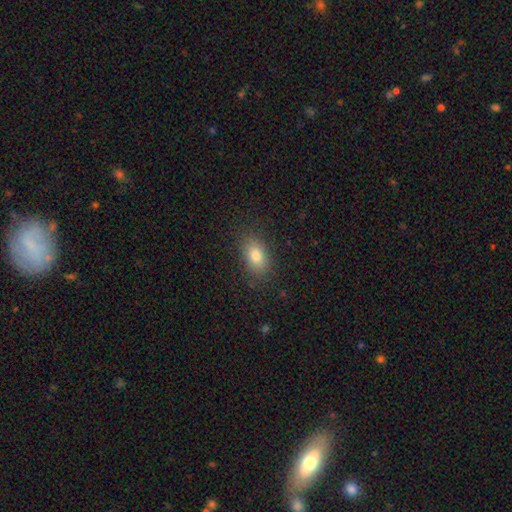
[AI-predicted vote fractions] smooth 81%, star or artifact 10%, featured or disk 9%. Down the decision tree: how rounded — in between (85%); merging — none (85%).